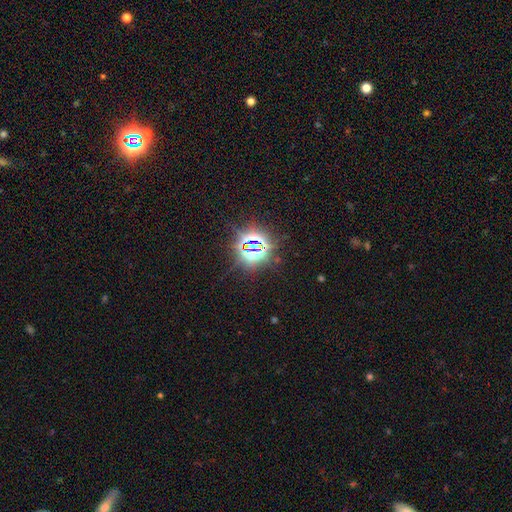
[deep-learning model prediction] Smooth or featured? star or artifact (81%)